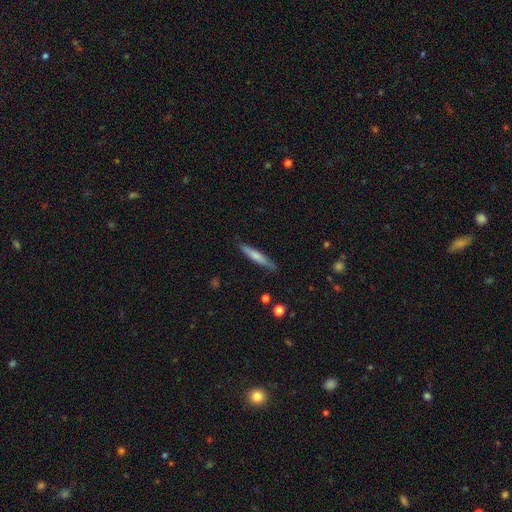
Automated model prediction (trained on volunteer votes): Smooth or featured?
  - smooth: 64% *
  - featured or disk: 30%
  - star or artifact: 6%
How rounded?
  - cigar-shaped: 93% *
  - in between: 6%
  - round: 1%
Merging?
  - none: 85% *
  - minor disturbance: 11%
  - major disturbance: 2%
  - merger: 2%